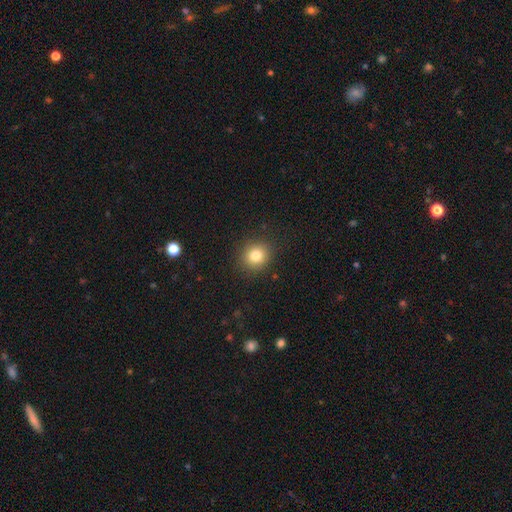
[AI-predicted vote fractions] Q: Smooth or featured?
A: smooth (81%); runner-up: star or artifact (11%)
Q: How rounded?
A: round (79%); runner-up: in between (21%)
Q: Merging?
A: none (89%); runner-up: minor disturbance (8%)